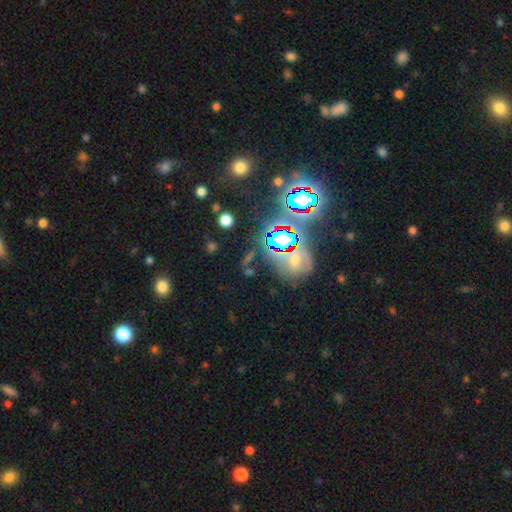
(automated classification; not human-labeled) Smooth or featured?
  - star or artifact: 71% *
  - smooth: 15%
  - featured or disk: 14%